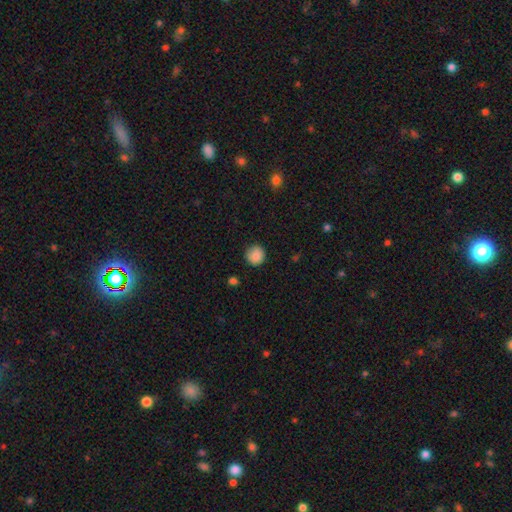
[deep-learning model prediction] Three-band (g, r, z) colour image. It shows a smooth galaxy with no disk features (88%) that is round (91%). Merging: none (86%).